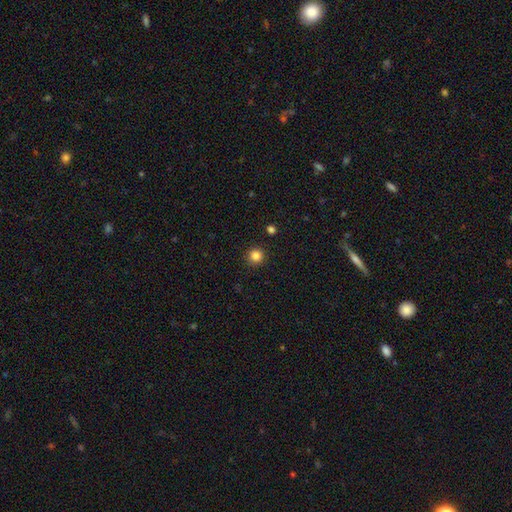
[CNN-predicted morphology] A smooth galaxy with no disk features (85%) that is round (95%). Merging: none (93%).